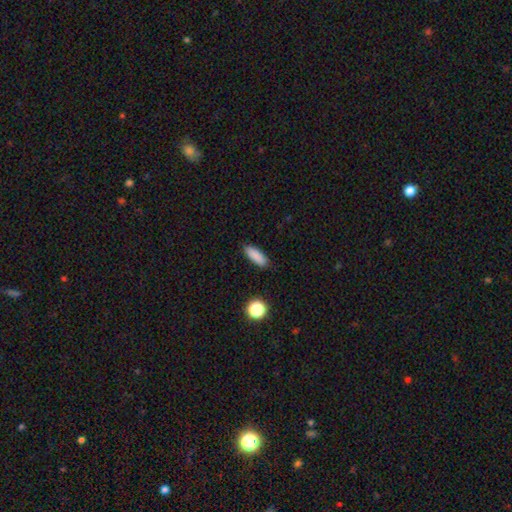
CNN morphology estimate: Smooth or featured? smooth (86%)
How rounded? in between (58%)
Merging? none (88%)